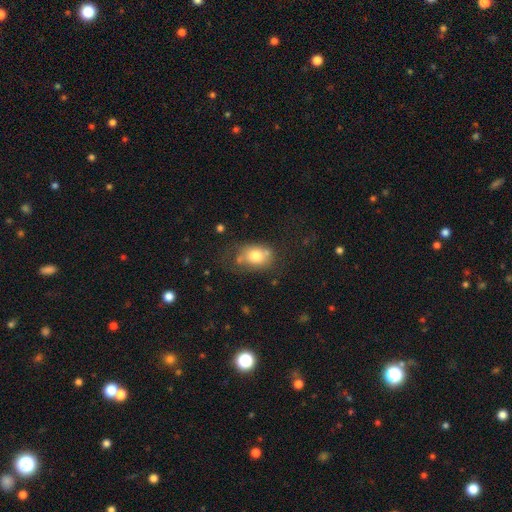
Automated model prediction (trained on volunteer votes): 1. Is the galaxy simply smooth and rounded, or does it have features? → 75% smooth, 16% featured or disk, 9% star or artifact.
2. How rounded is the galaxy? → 66% in between, 33% round, 1% cigar-shaped.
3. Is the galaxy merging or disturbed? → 52% none, 25% minor disturbance, 12% merger, 11% major disturbance.